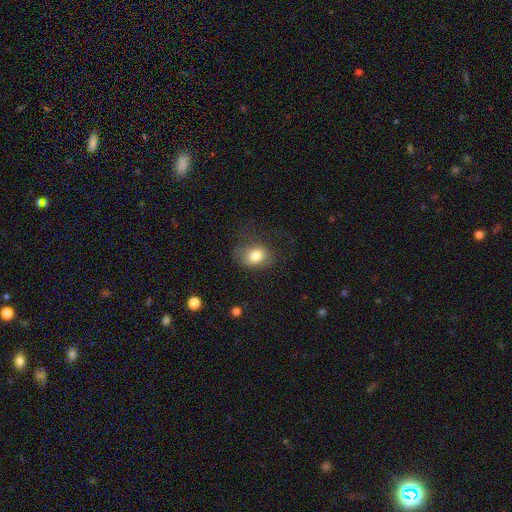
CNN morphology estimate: Q: Smooth or featured?
A: smooth (78%); runner-up: featured or disk (12%)
Q: How rounded?
A: in between (65%); runner-up: round (34%)
Q: Merging?
A: none (50%); runner-up: minor disturbance (26%)